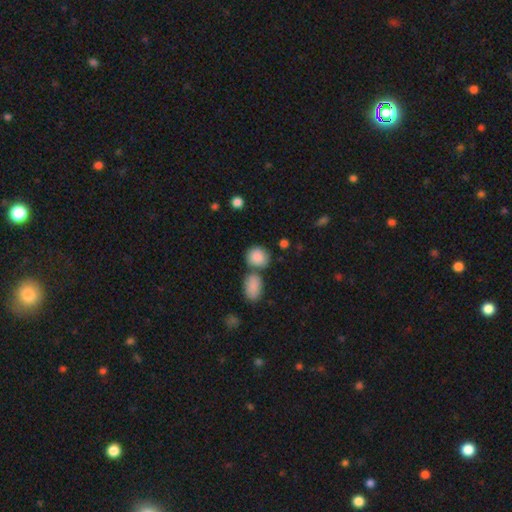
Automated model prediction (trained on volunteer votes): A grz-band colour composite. It shows a smooth galaxy with no disk features (88%) that is round (64%). Merging: none (53%).